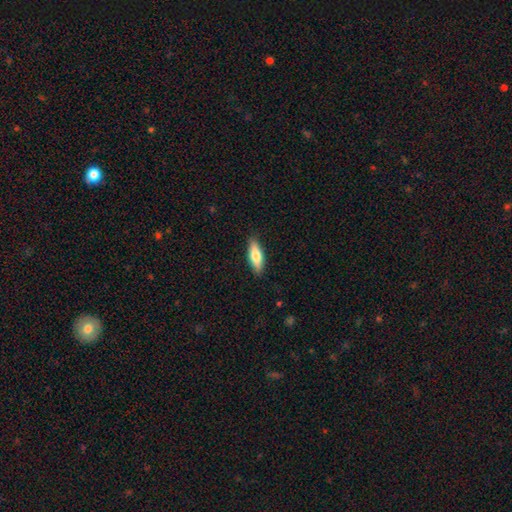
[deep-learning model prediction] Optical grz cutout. It shows a smooth galaxy with no disk features (74%) that is in between round and cigar-shaped (57%). Merging: none (87%).